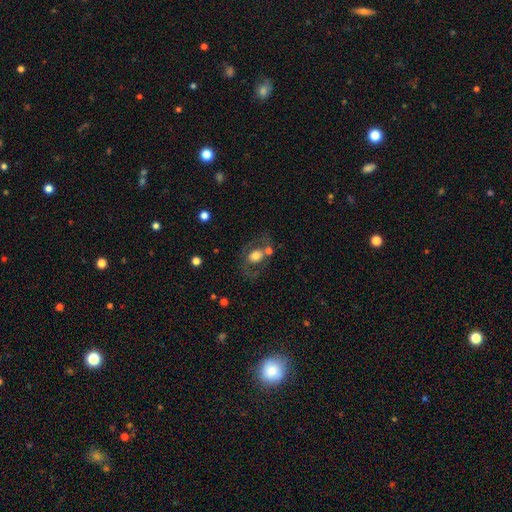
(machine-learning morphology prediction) smooth-or-featured: smooth: 54% | featured or disk: 37% | star or artifact: 9%
  how-rounded: in between: 51% | round: 48% | cigar-shaped: 1%
  merging: none: 53% | merger: 19% | minor disturbance: 16% | major disturbance: 11%